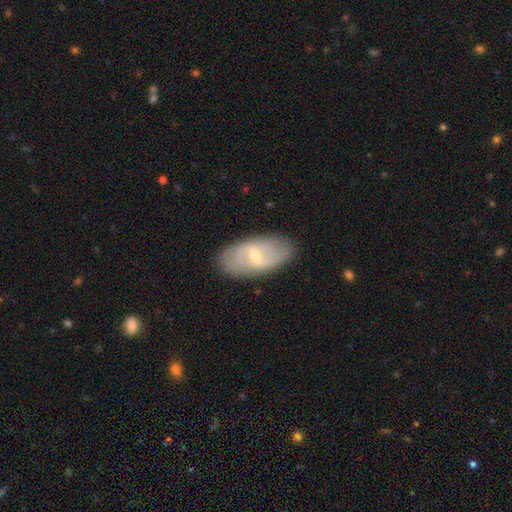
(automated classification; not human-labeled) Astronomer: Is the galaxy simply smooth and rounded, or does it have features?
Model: featured or disk — 67%.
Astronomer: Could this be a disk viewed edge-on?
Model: no — 92%.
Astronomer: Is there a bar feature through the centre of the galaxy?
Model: weak — 54% (runner-up: strong, 32%).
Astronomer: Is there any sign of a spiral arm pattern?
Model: yes — 68%.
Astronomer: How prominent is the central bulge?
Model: small — 62%.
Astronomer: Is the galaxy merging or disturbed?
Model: none — 83%.